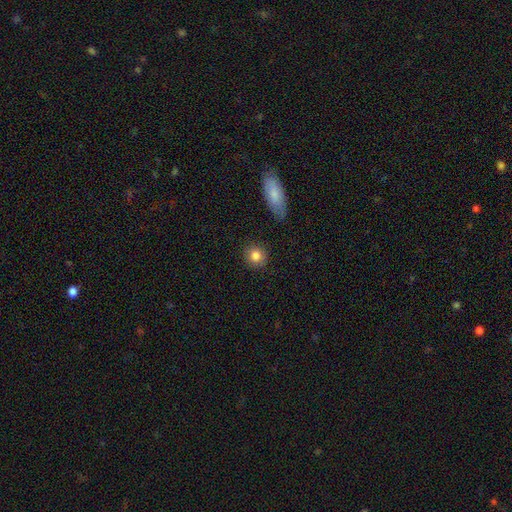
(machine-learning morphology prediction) smooth-or-featured: smooth: 84% | star or artifact: 9% | featured or disk: 7%
  how-rounded: round: 86% | in between: 12% | cigar-shaped: 1%
  merging: none: 88% | minor disturbance: 8% | major disturbance: 2% | merger: 2%